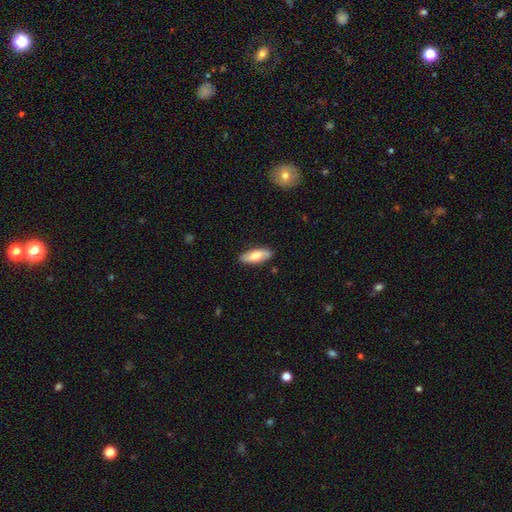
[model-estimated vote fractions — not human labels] smooth-or-featured: smooth: 65% | featured or disk: 29% | star or artifact: 6%
  how-rounded: in between: 74% | cigar-shaped: 24% | round: 2%
  merging: none: 85% | minor disturbance: 12% | major disturbance: 2% | merger: 1%